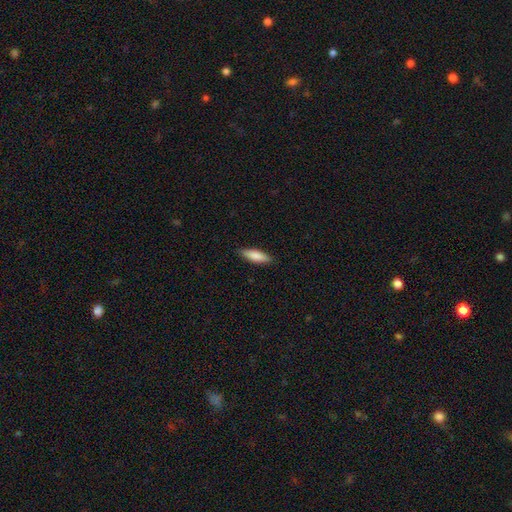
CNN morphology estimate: Overall: smooth (82%). How rounded: cigar-shaped (55%; in between 44%). Merging: none (88%).